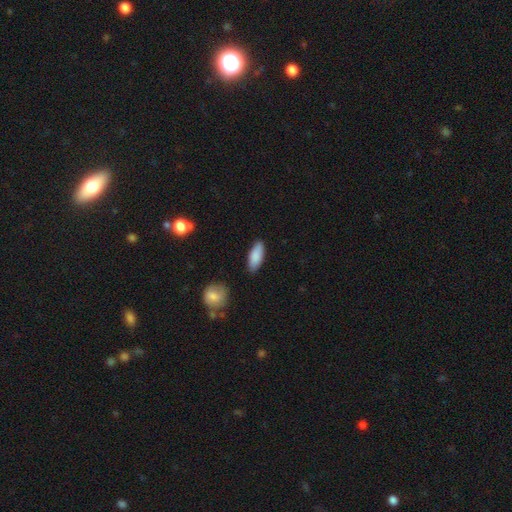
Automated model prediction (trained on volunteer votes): Smooth or featured? smooth (87%)
How rounded? in between (76%)
Merging? none (85%)